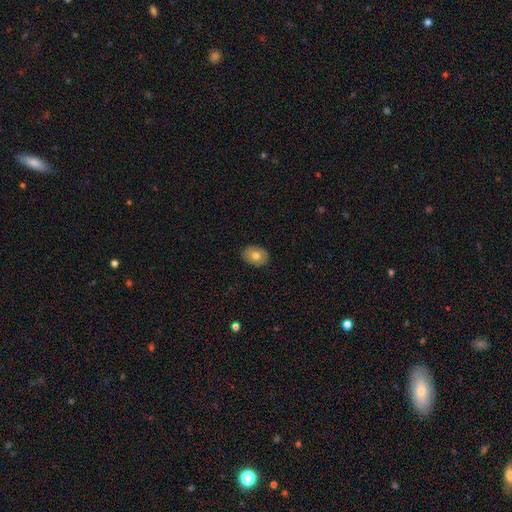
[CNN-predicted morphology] Q: Smooth or featured?
A: smooth (75%); runner-up: featured or disk (17%)
Q: How rounded?
A: in between (71%); runner-up: round (28%)
Q: Merging?
A: none (88%); runner-up: minor disturbance (9%)